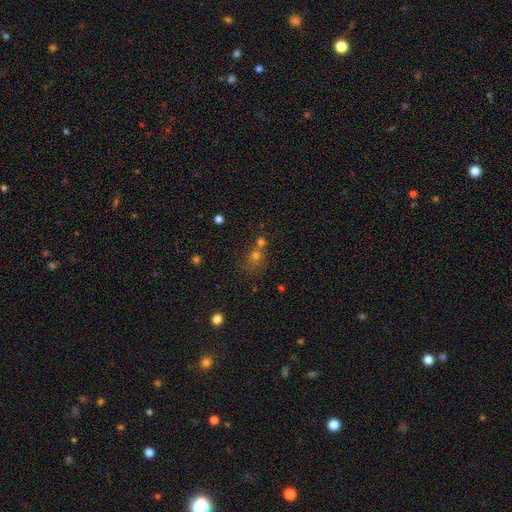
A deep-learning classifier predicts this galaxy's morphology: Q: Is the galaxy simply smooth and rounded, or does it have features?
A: smooth — 60%.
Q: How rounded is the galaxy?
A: round — 81%.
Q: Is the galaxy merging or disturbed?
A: none — 45%.